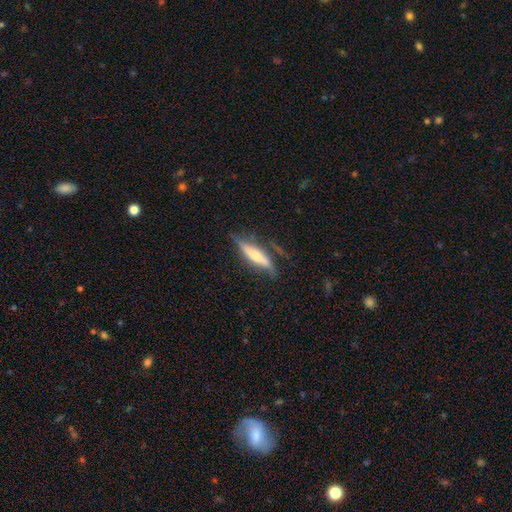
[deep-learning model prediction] Q: Smooth or featured?
A: featured or disk (54%); runner-up: smooth (40%)
Q: Edge-on disk?
A: yes (87%); runner-up: no (13%)
Q: Merging?
A: none (68%); runner-up: minor disturbance (22%)